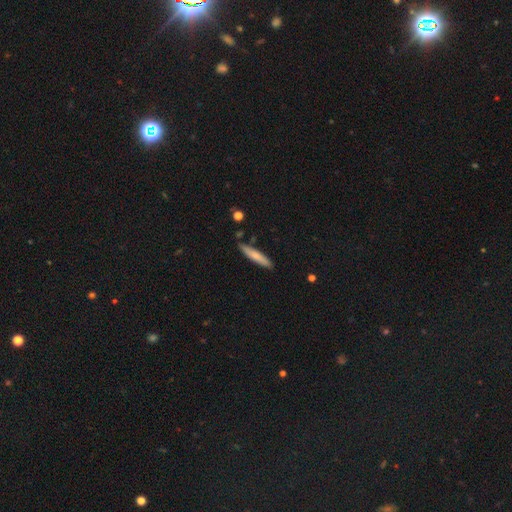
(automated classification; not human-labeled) Smooth or featured? Predicted: smooth (p=0.72). How rounded? Predicted: cigar-shaped (p=0.90). Merging? Predicted: none (p=0.84).